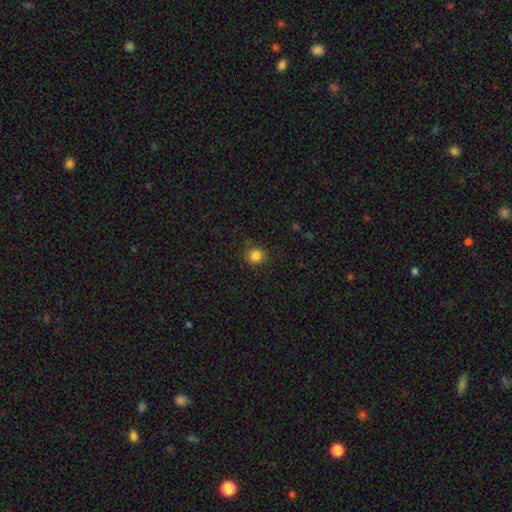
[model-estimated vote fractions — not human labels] A smooth galaxy with no disk features (84%) that is round (88%). Merging: none (86%).